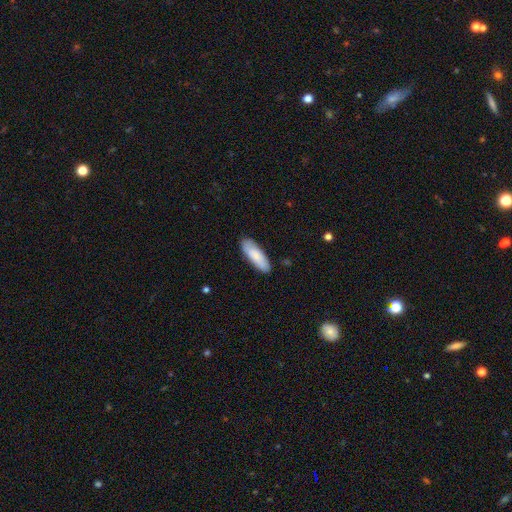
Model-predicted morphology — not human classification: Smooth or featured? Predicted: smooth (p=0.80). How rounded? Predicted: in between (p=0.57). Merging? Predicted: none (p=0.84).